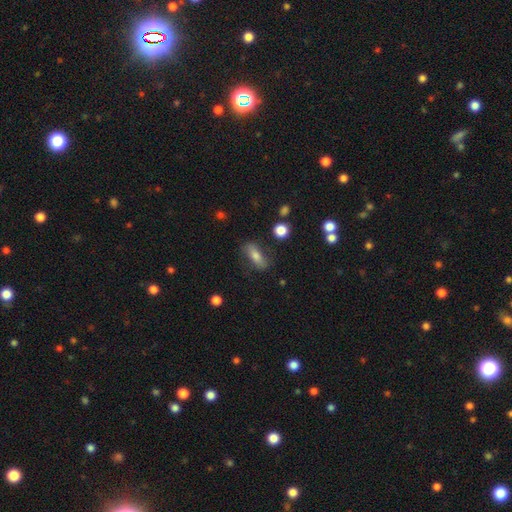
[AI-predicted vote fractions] smooth_or_featured: smooth (p=0.67) [alt: featured or disk p=0.24]
how_rounded: in between (p=0.63) [alt: cigar-shaped p=0.31]
merging: none (p=0.74) [alt: minor disturbance p=0.17]